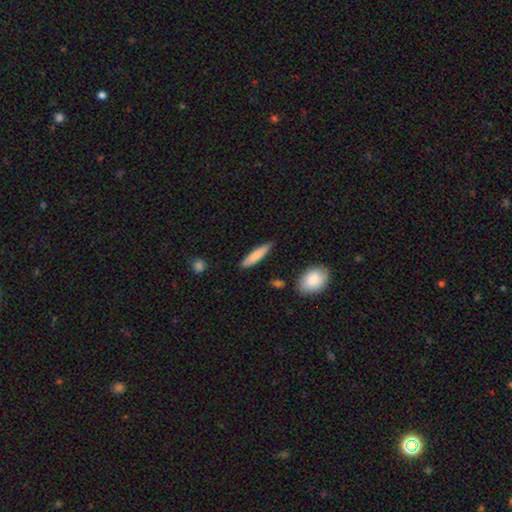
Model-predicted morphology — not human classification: A smooth galaxy with no disk features (80%) that is cigar-shaped (76%). Merging: none (84%).